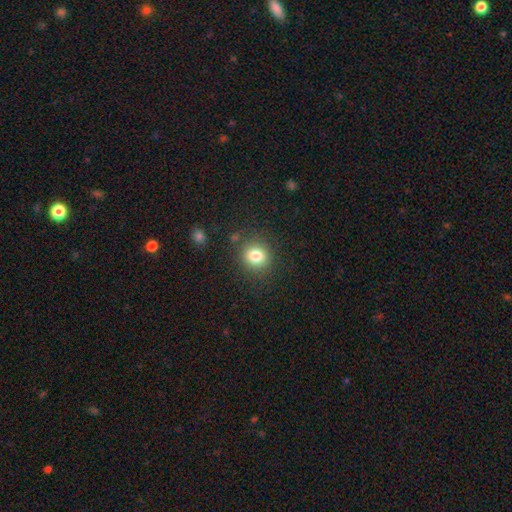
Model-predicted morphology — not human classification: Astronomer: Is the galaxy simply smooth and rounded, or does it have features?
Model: smooth — 81%.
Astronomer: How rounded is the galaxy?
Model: round — 83%.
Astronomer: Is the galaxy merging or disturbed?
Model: none — 84%.